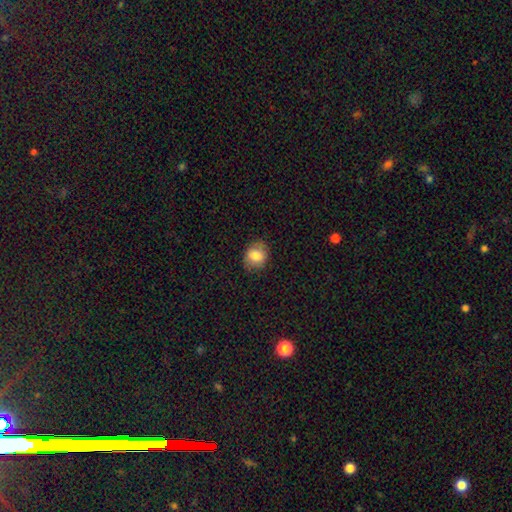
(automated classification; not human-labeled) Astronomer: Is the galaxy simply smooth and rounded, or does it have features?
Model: smooth — 80%.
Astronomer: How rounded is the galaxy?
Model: round — 60% (runner-up: in between, 39%).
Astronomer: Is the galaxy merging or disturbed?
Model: none — 80%.